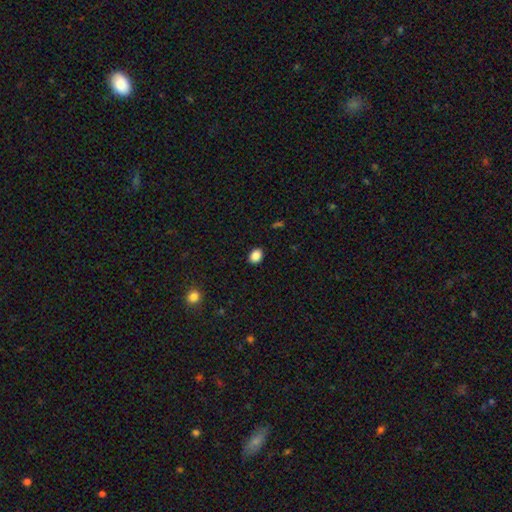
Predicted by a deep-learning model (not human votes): Smooth or featured? smooth (87%)
How rounded? in between (58%)
Merging? none (89%)